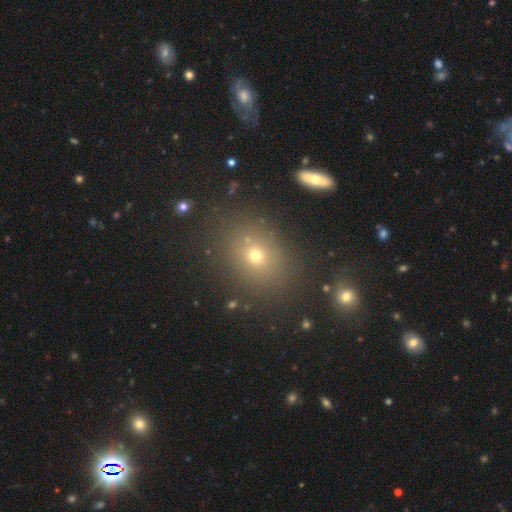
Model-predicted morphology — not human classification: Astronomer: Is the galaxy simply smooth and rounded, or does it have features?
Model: smooth — 64%.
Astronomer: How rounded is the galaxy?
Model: round — 55% (runner-up: in between, 44%).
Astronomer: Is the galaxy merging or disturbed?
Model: none — 81%.